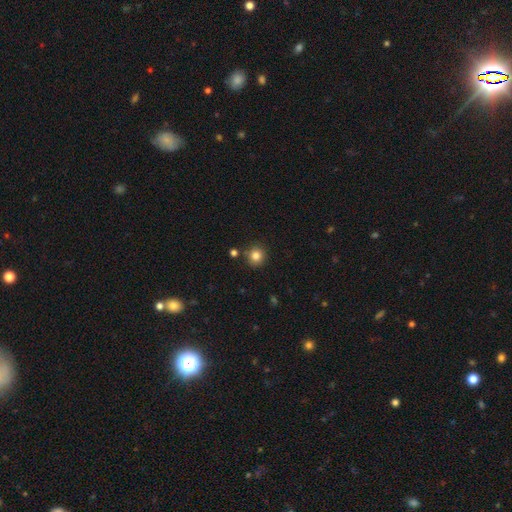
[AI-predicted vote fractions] smooth-or-featured: smooth: 83% | star or artifact: 12% | featured or disk: 5%
  how-rounded: round: 93% | in between: 6% | cigar-shaped: 1%
  merging: none: 85% | minor disturbance: 8% | merger: 5% | major disturbance: 2%